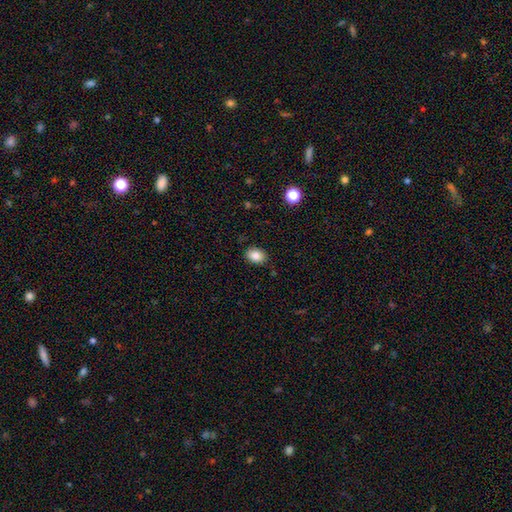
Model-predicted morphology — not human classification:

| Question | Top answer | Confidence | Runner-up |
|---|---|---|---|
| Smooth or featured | smooth | 85% | star or artifact (9%) |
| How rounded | in between | 73% | round (26%) |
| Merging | none | 86% | minor disturbance (10%) |